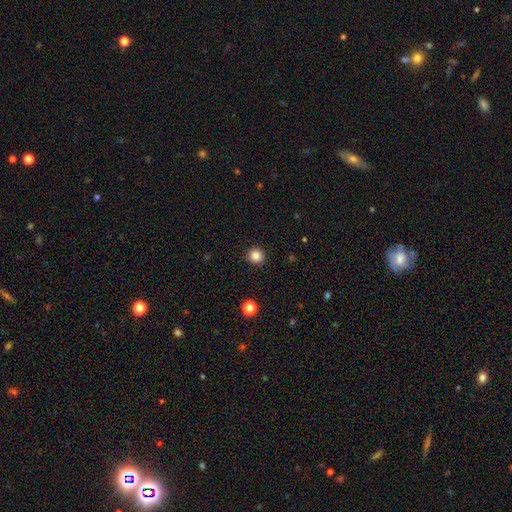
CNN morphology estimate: A smooth galaxy with no disk features (84%) that is round (93%). Merging: none (92%).